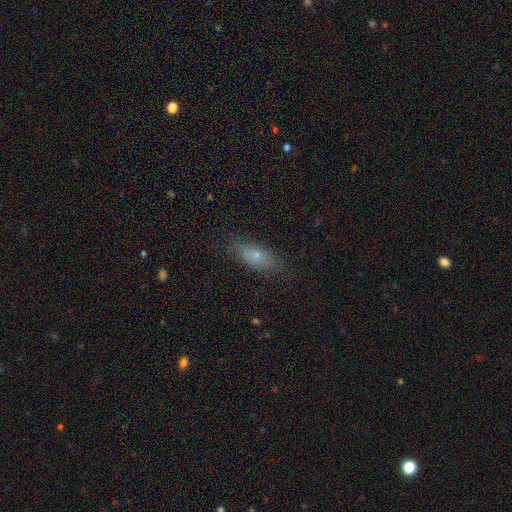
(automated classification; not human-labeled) Smooth or featured: smooth — 69% (featured or disk — 22%)
How rounded: in between — 72% (cigar-shaped — 24%)
Merging: none — 78% (minor disturbance — 16%)